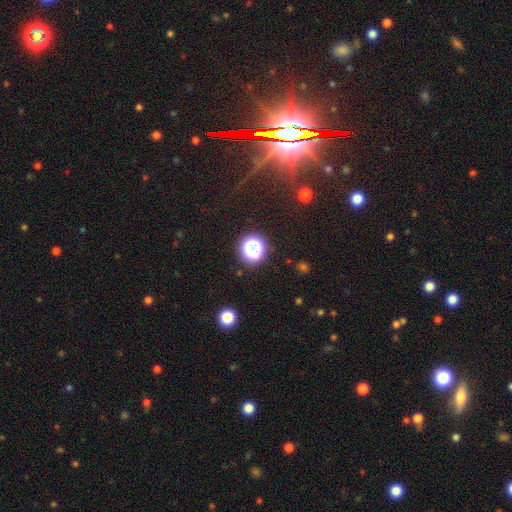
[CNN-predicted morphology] smooth-or-featured: star or artifact: 46% | smooth: 44% | featured or disk: 10%